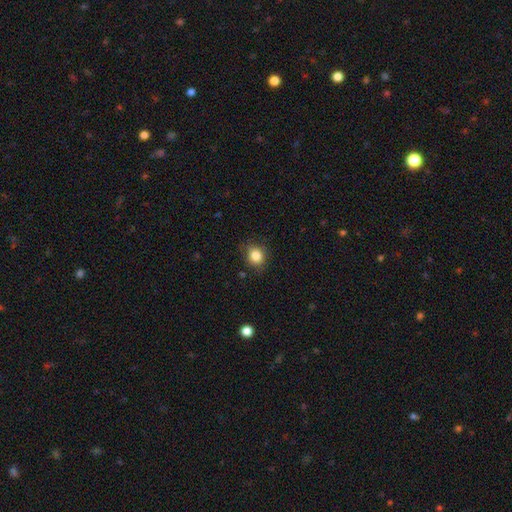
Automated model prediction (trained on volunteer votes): Morphology: type=smooth (84%); roundness=round (77%); merging=none (81%).